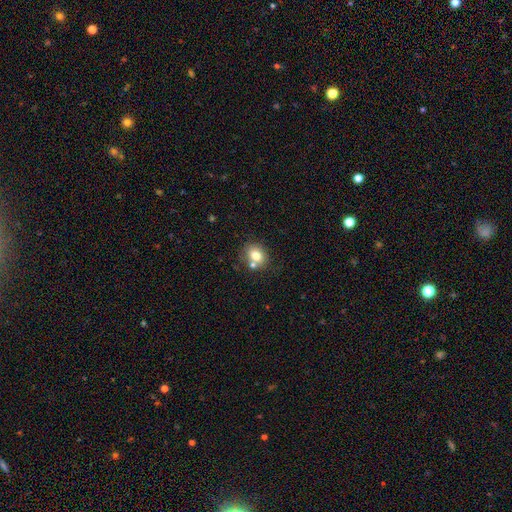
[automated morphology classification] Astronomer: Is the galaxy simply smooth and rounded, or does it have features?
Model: smooth — 76%.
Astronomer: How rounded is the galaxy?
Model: round — 53% (runner-up: in between, 46%).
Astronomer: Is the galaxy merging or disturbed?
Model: none — 60%.